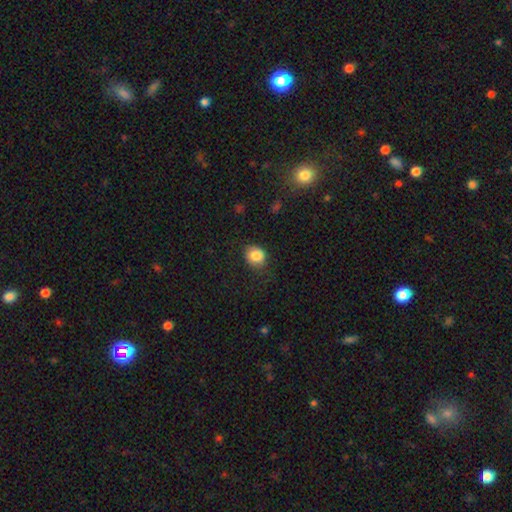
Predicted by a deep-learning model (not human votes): Smooth or featured: smooth — 85% (star or artifact — 9%)
How rounded: round — 68% (in between — 31%)
Merging: none — 78% (minor disturbance — 16%)